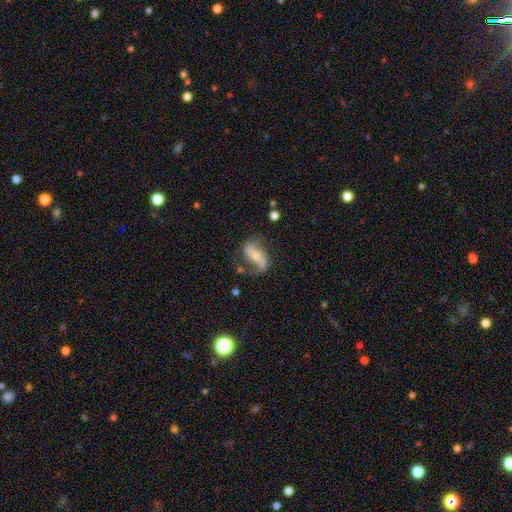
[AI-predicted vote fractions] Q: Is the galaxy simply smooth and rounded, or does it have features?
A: featured or disk — 78%.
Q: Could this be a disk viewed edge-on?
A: no — 94%.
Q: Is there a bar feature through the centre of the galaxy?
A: no — 39%.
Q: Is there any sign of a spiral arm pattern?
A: yes — 91%.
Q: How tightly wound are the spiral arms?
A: loose — 73%.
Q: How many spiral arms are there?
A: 2 — 89%.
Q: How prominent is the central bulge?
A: small — 46%.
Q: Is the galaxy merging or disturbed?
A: none — 63%.